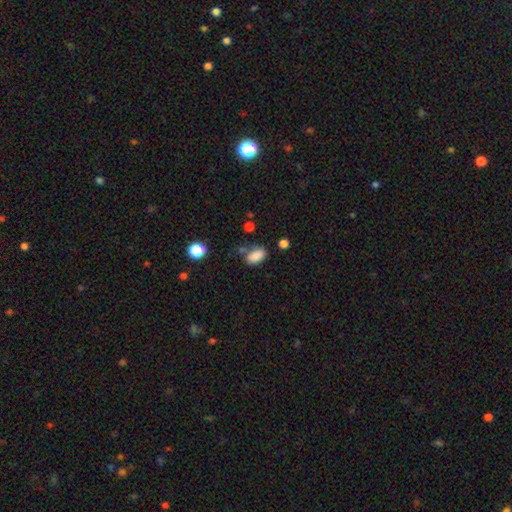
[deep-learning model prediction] Q: Smooth or featured?
A: smooth (85%); runner-up: star or artifact (9%)
Q: How rounded?
A: in between (91%); runner-up: round (7%)
Q: Merging?
A: none (58%); runner-up: minor disturbance (23%)